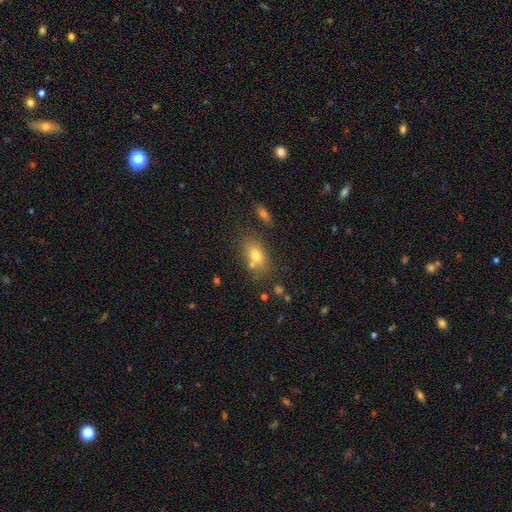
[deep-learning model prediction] Overall: smooth (72%). How rounded: in between (78%). Merging: none (62%).